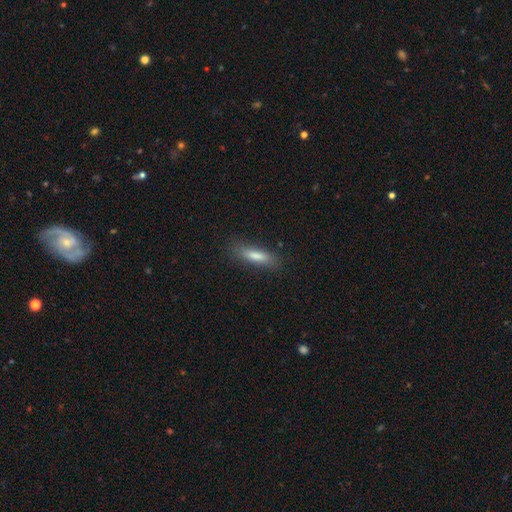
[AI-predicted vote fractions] This appears to be a smooth galaxy with no disk features (66%) that is cigar-shaped (67%). Merging: none (85%).